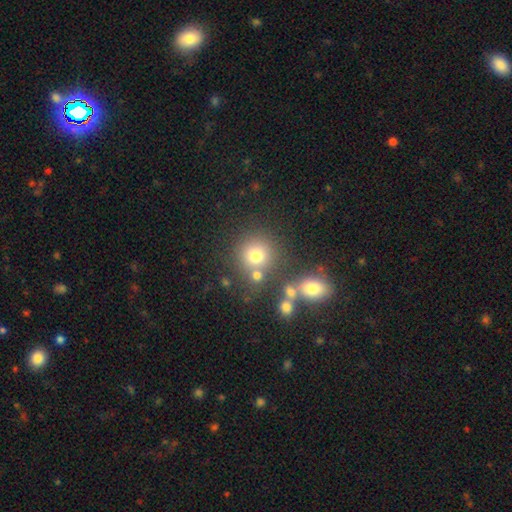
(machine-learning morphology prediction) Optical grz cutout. It shows a smooth galaxy with no disk features (73%) that is round (89%). Merging: none (66%).